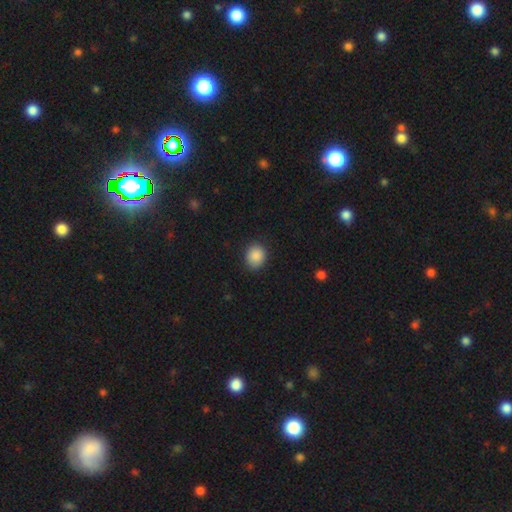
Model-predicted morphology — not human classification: smooth_or_featured: smooth (p=0.88) [alt: star or artifact p=0.08]
how_rounded: round (p=0.63) [alt: in between p=0.36]
merging: none (p=0.86) [alt: minor disturbance p=0.11]